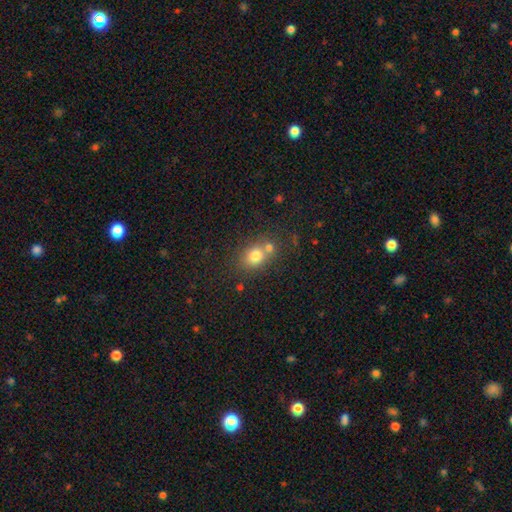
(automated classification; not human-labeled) Morphology: type=smooth (77%); roundness=round (57%); merging=none (48%).